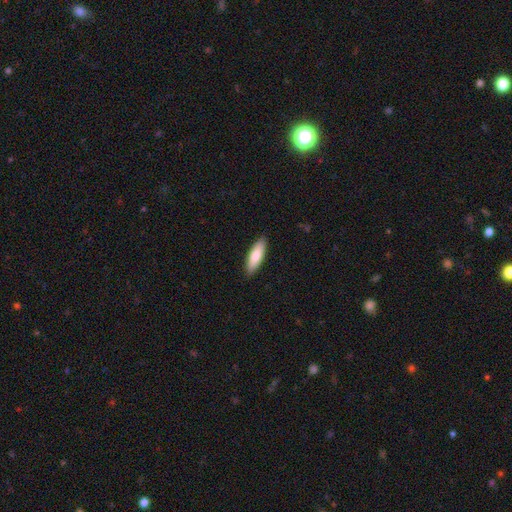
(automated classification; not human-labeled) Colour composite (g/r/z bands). It shows a smooth galaxy with no disk features (81%) that is in between round and cigar-shaped (51%). Merging: none (90%).